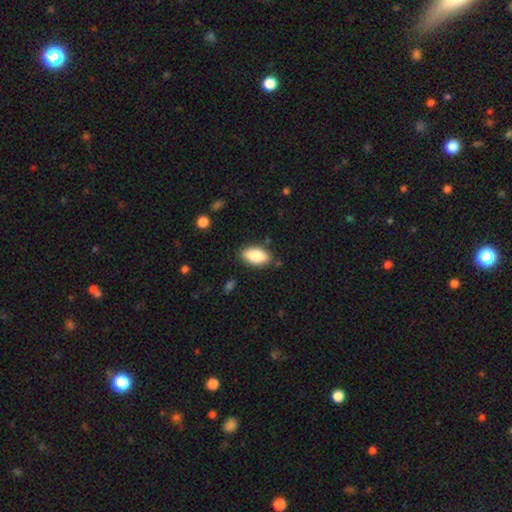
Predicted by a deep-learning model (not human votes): A smooth galaxy with no disk features (85%) that is in between round and cigar-shaped (93%).

Vote fractions:
- Smooth or featured? smooth: 85% / featured or disk: 9% / star or artifact: 7%
- How rounded? in between: 93% / cigar-shaped: 4% / round: 3%
- Merging? none: 84% / minor disturbance: 11% / major disturbance: 3% / merger: 2%